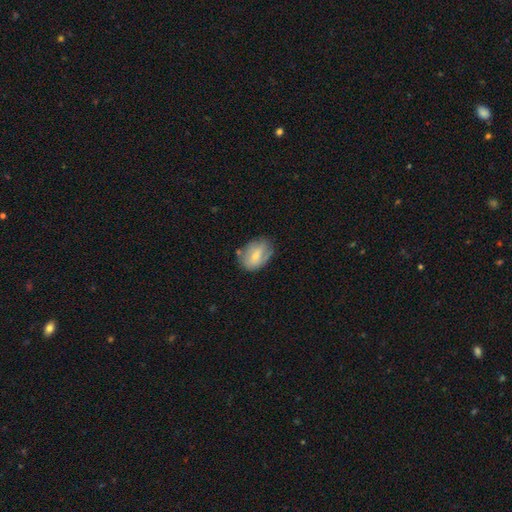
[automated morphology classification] Smooth or featured? smooth (59%)
How rounded? in between (72%)
Merging? none (59%)